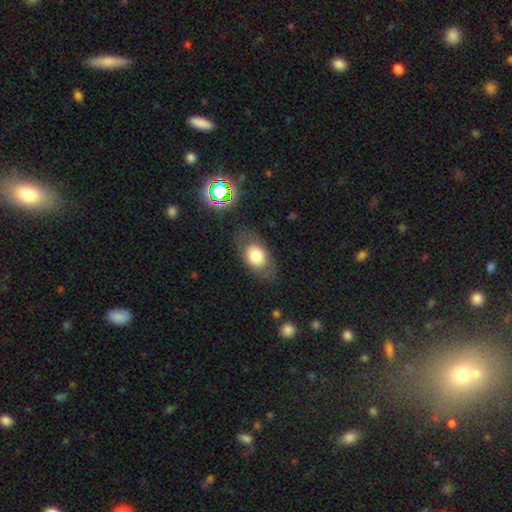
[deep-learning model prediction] The model was most divided on "smooth or featured": smooth: 72%, featured or disk: 18%, star or artifact: 9%. More confident: how rounded — in between (77%); merging — none (75%).